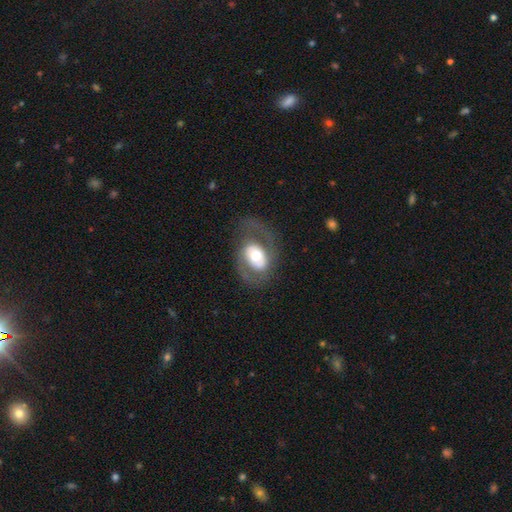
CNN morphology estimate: This appears to be a featured or disk galaxy (67%) with no bar (56%), spiral arms (69%) and a moderate central bulge (60%). Merging: none (63%).